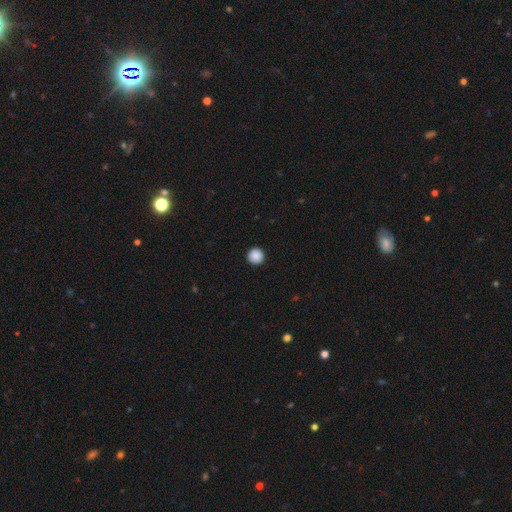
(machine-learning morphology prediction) The model was most divided on "smooth or featured": smooth: 88%, star or artifact: 9%, featured or disk: 3%. More confident: how rounded — round (96%); merging — none (93%).